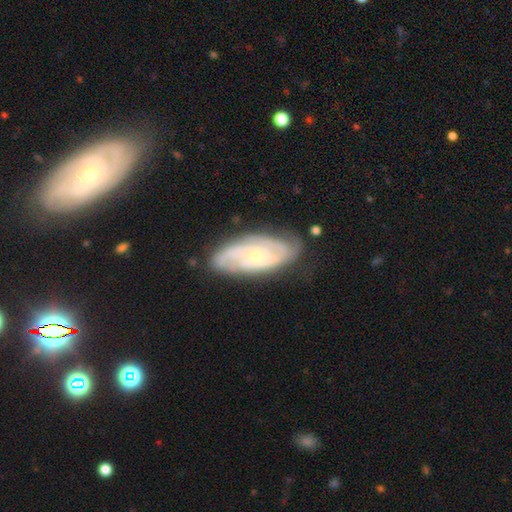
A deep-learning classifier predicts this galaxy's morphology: Smooth or featured? featured or disk (78%)
Edge-on disk? no (92%)
Bar? no (69%)
Spiral arms? yes (93%)
Spiral winding? tight (55%)
Spiral arm count? 2 (37%)
Bulge size? small (70%)
Merging? none (74%)